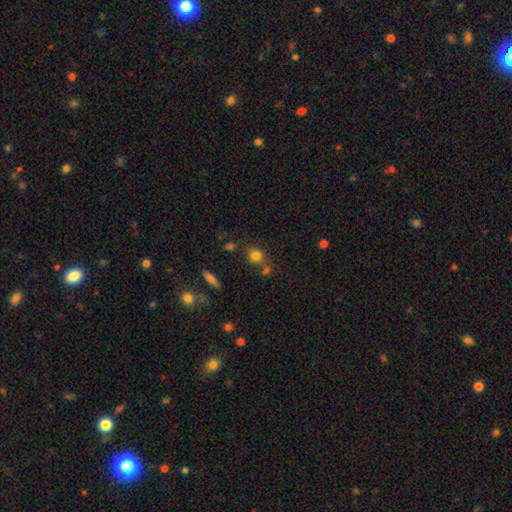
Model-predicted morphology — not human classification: The model was most divided on "how rounded": round: 71%, in between: 27%, cigar-shaped: 2%. More confident: smooth or featured — smooth (79%); merging — none (65%).